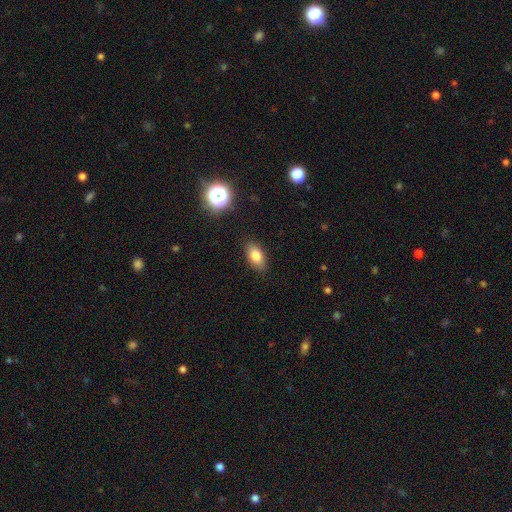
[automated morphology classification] smooth-or-featured: smooth: 80% | featured or disk: 10% | star or artifact: 10%
  how-rounded: in between: 89% | round: 7% | cigar-shaped: 4%
  merging: none: 87% | minor disturbance: 10% | major disturbance: 2% | merger: 1%